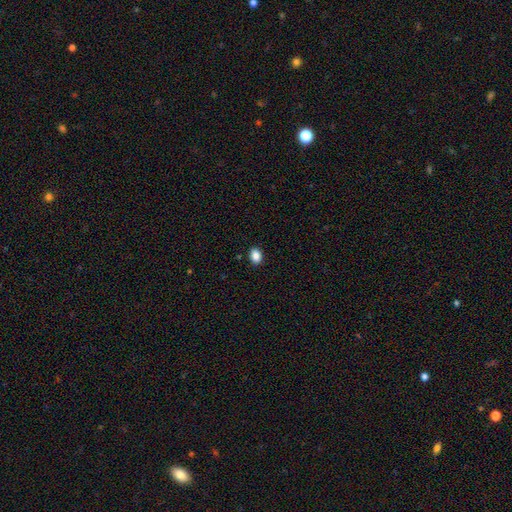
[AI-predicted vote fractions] smooth-or-featured: smooth: 88% | star or artifact: 9% | featured or disk: 3%
  how-rounded: in between: 74% | round: 25% | cigar-shaped: 1%
  merging: none: 90% | minor disturbance: 7% | major disturbance: 2% | merger: 1%